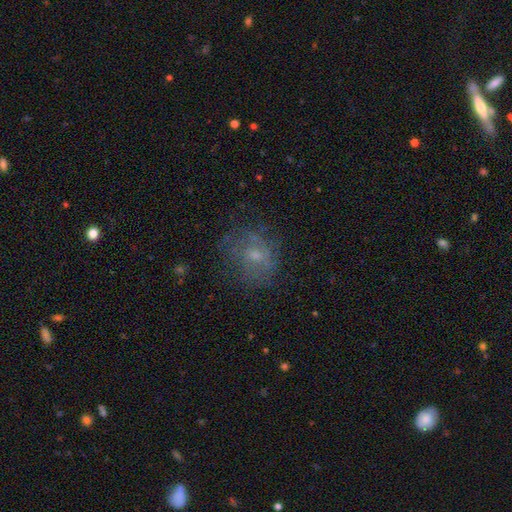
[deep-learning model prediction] Morphology: type=smooth (46%); merging=none (60%).